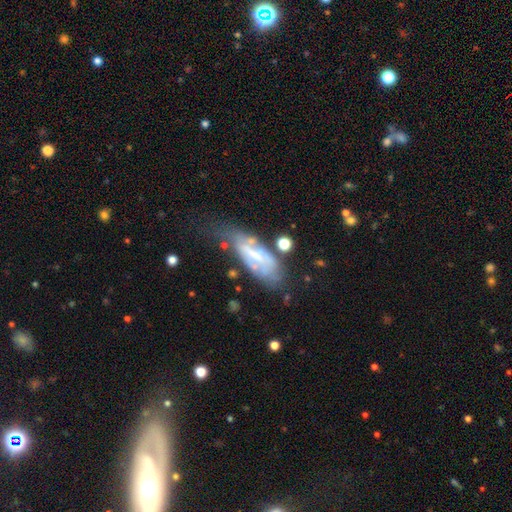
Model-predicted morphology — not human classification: The model was most divided on "merging": none: 38%, minor disturbance: 31%, major disturbance: 24%, merger: 7%. More confident: edge-on disk — no (75%); smooth or featured — featured or disk (60%).